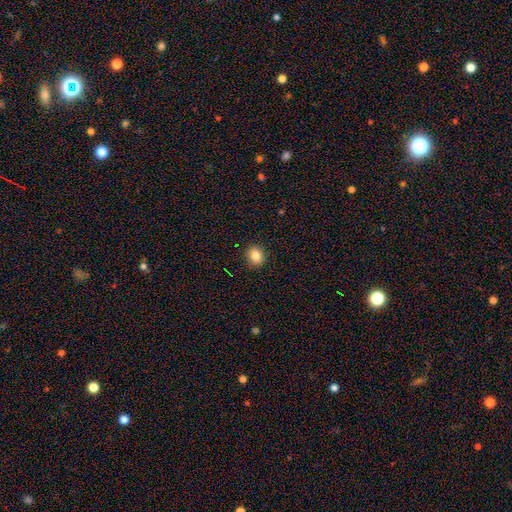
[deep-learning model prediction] Smooth or featured?
  - smooth: 84% *
  - star or artifact: 10%
  - featured or disk: 6%
How rounded?
  - round: 67% *
  - in between: 32%
  - cigar-shaped: 1%
Merging?
  - none: 91% *
  - minor disturbance: 7%
  - major disturbance: 2%
  - merger: 1%